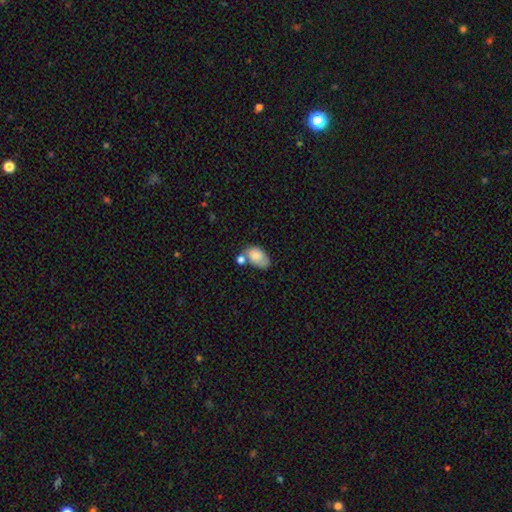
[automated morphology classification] This appears to be a smooth galaxy with no disk features (77%) that is in between round and cigar-shaped (90%). Merging: none (37%).